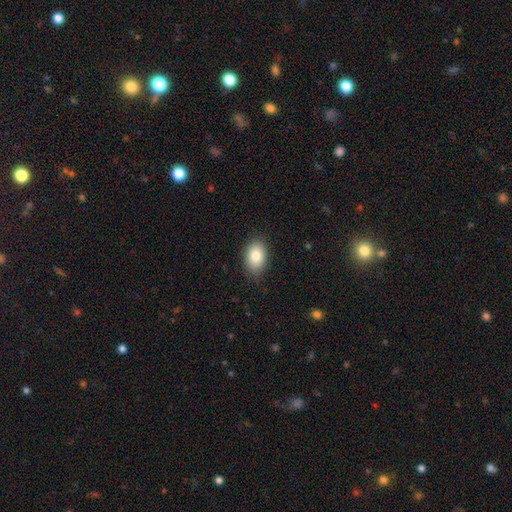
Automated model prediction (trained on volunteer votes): Overall: smooth (84%). How rounded: in between (85%). Merging: none (86%).